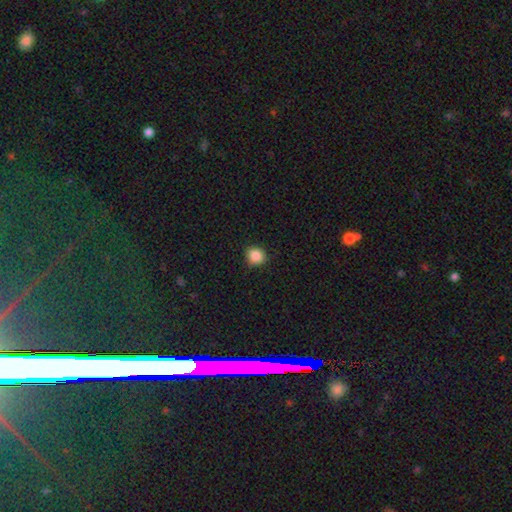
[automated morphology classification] Smooth or featured: smooth — 87% (star or artifact — 10%)
How rounded: round — 87% (in between — 13%)
Merging: none — 87% (minor disturbance — 10%)